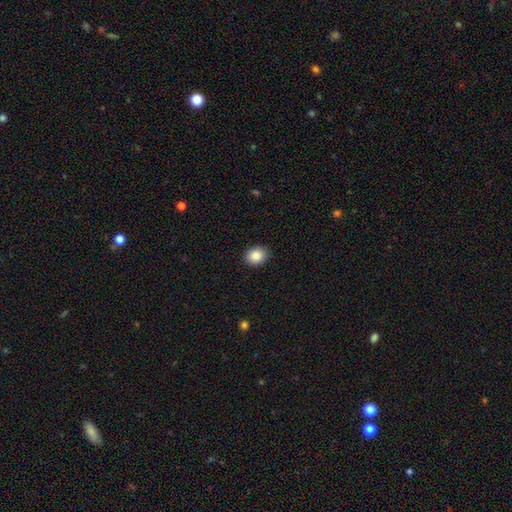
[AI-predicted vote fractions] A smooth galaxy with no disk features (87%) that is round (52%).

Vote fractions:
- Smooth or featured? smooth: 87% / star or artifact: 9% / featured or disk: 5%
- How rounded? round: 52% / in between: 47% / cigar-shaped: 1%
- Merging? none: 90% / minor disturbance: 7% / major disturbance: 2% / merger: 1%